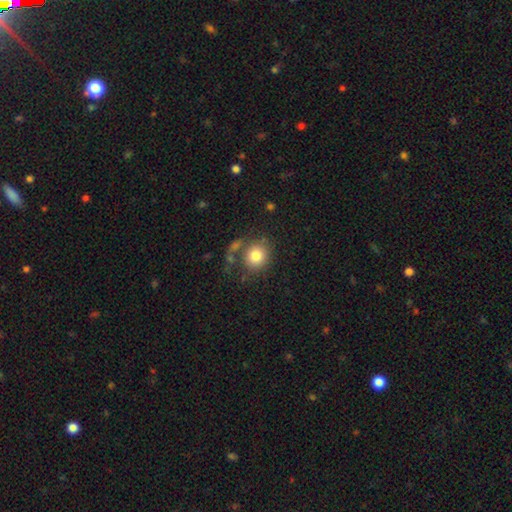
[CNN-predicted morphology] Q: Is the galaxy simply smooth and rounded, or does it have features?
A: smooth — 80%.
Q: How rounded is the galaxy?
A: round — 84%.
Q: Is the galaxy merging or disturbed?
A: none — 65%.